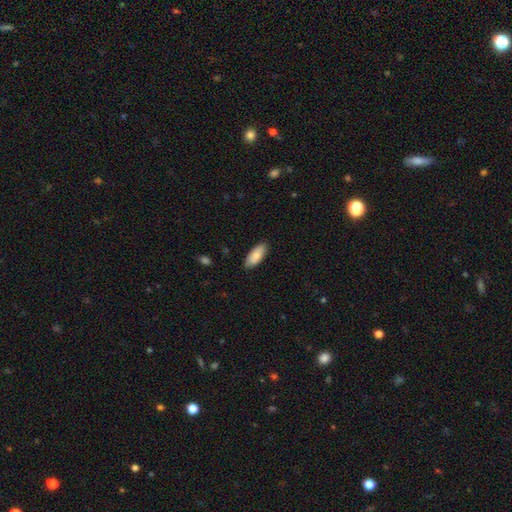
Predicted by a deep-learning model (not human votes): smooth_or_featured: smooth (p=0.84) [alt: featured or disk p=0.11]
how_rounded: in between (p=0.84) [alt: cigar-shaped p=0.14]
merging: none (p=0.86) [alt: minor disturbance p=0.11]